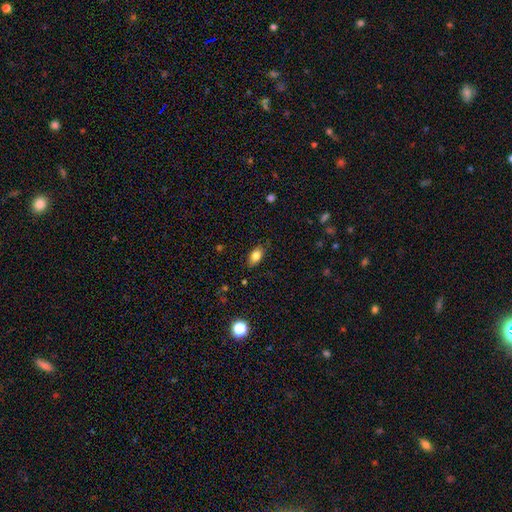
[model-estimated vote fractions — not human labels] This is clearly a smooth galaxy (81%). How rounded: clearly in between (87%). Merging: clearly none (83%).